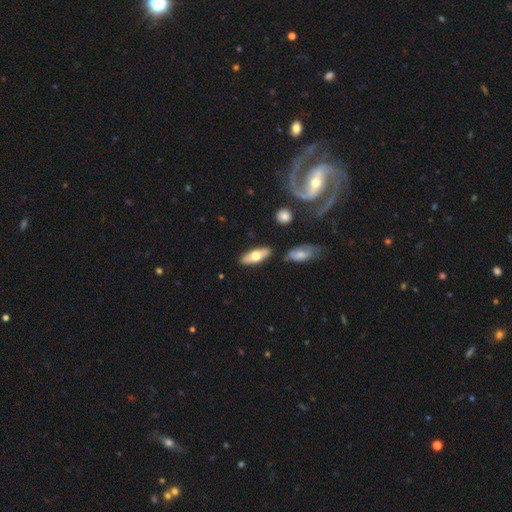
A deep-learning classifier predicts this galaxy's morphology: smooth_or_featured: smooth (p=0.55) [alt: featured or disk p=0.39]
how_rounded: in between (p=0.69) [alt: cigar-shaped p=0.28]
merging: none (p=0.84) [alt: minor disturbance p=0.10]